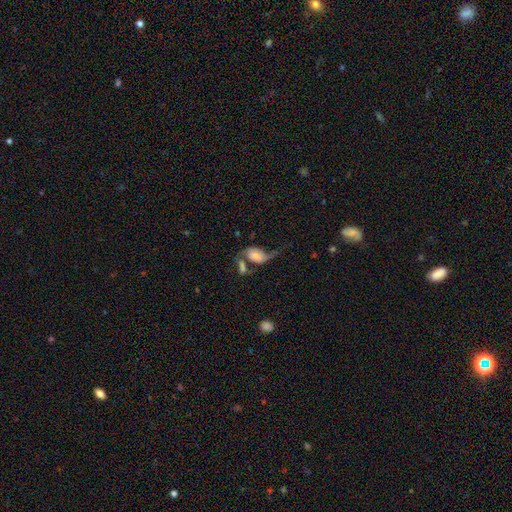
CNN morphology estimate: A featured or disk galaxy (56%) with no bar (65%), spiral arms (81%) and a small central bulge (33%). Merging: merger (37%).